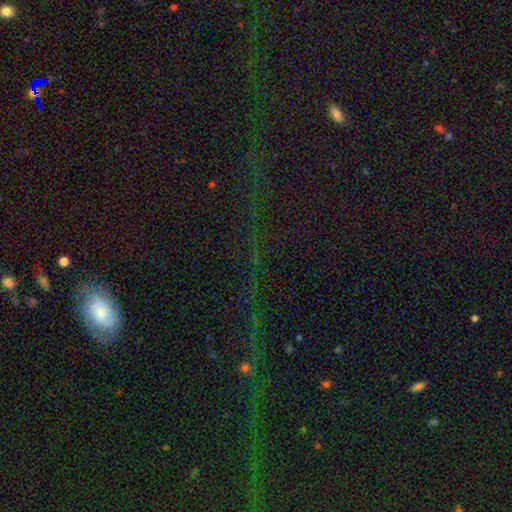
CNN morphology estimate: The model was most divided on "smooth or featured": star or artifact: 62%, smooth: 22%, featured or disk: 15%.